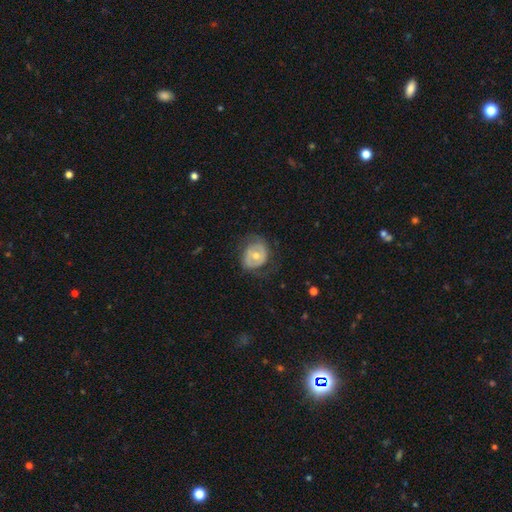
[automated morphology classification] The model was most divided on "spiral arms": no: 53%, yes: 47%. More confident: edge-on disk — no (96%); bulge size — moderate (69%); smooth or featured — featured or disk (59%); bar — no (58%); merging — none (58%).